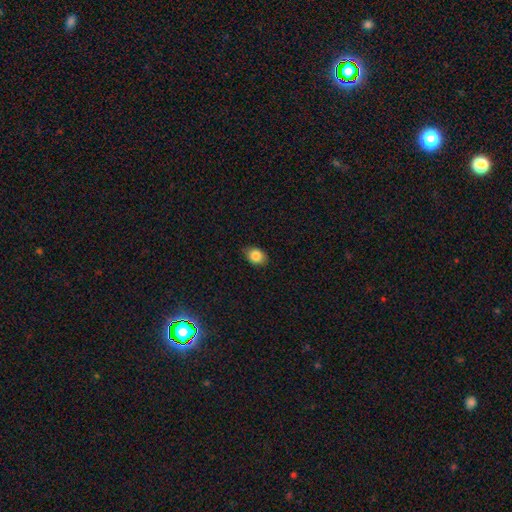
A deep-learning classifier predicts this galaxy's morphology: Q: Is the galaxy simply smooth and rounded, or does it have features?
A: smooth — 86%.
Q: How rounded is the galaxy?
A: in between — 72%.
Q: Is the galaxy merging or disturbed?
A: none — 84%.